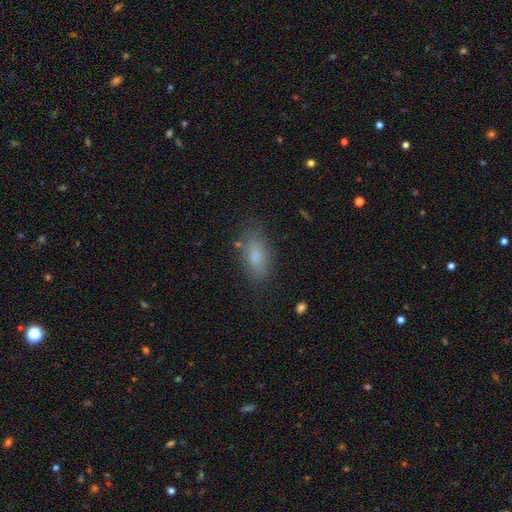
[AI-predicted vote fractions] A smooth galaxy with no disk features (80%) that is in between round and cigar-shaped (84%).

Vote fractions:
- Smooth or featured? smooth: 80% / featured or disk: 11% / star or artifact: 10%
- How rounded? in between: 84% / cigar-shaped: 11% / round: 4%
- Merging? none: 80% / minor disturbance: 13% / major disturbance: 4% / merger: 2%